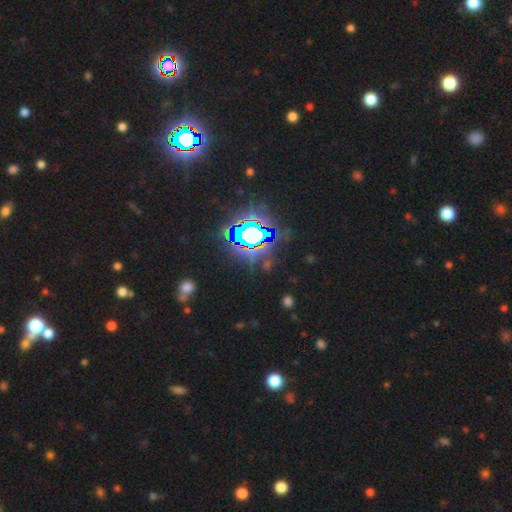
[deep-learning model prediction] Q: Smooth or featured?
A: star or artifact (82%); runner-up: smooth (11%)